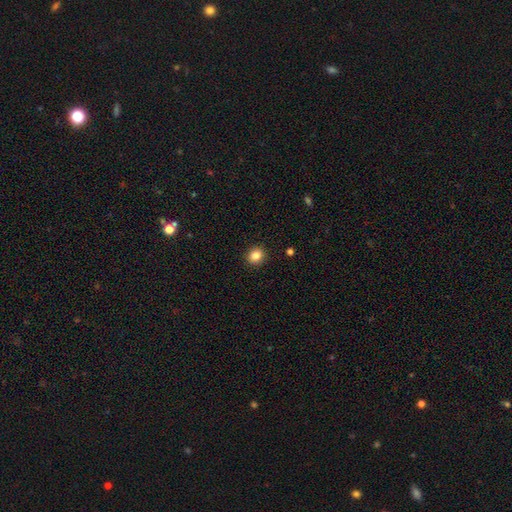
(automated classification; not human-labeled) A smooth galaxy with no disk features (85%) that is round (74%).

Vote fractions:
- Smooth or featured? smooth: 85% / star or artifact: 10% / featured or disk: 4%
- How rounded? round: 74% / in between: 25% / cigar-shaped: 1%
- Merging? none: 91% / minor disturbance: 6% / major disturbance: 2% / merger: 1%